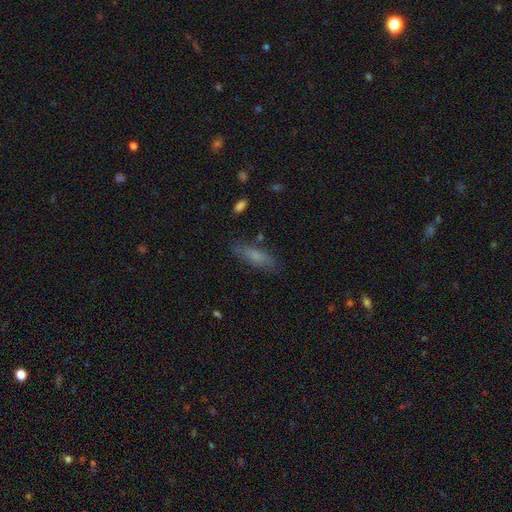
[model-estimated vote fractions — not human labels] smooth-or-featured: smooth: 69% | featured or disk: 22% | star or artifact: 9%
  how-rounded: cigar-shaped: 52% | in between: 45% | round: 3%
  merging: none: 81% | minor disturbance: 13% | major disturbance: 3% | merger: 2%